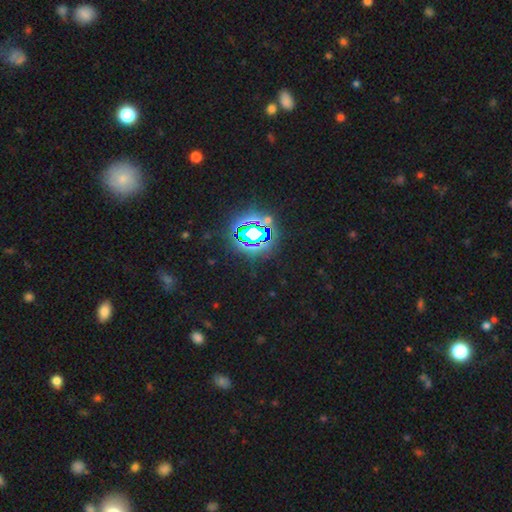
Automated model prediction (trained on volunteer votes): Smooth or featured? Predicted: star or artifact (p=0.79).